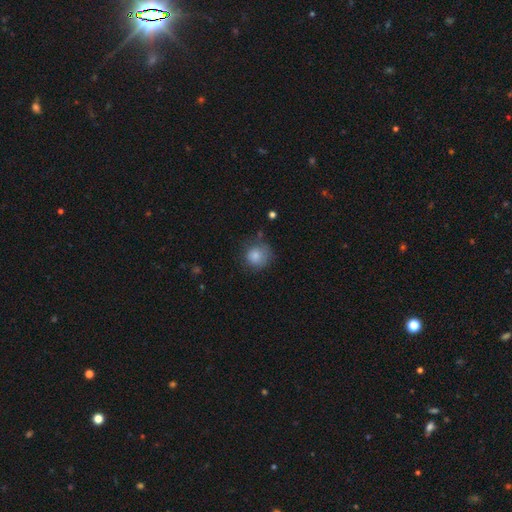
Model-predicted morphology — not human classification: type=smooth (82%); roundness=round (89%); merging=none (67%).